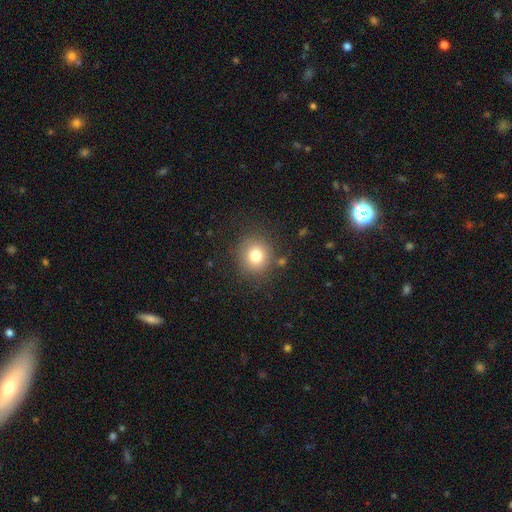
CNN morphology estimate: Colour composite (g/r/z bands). It shows a smooth galaxy with no disk features (78%) that is round (88%). Merging: none (84%).